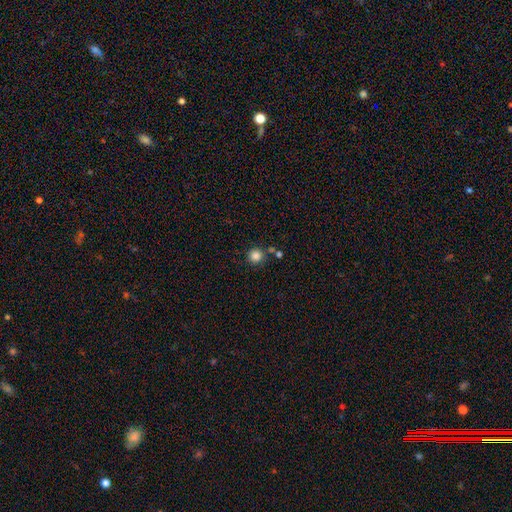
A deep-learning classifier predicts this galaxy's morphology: Overall: smooth (85%). How rounded: round (95%). Merging: none (80%).